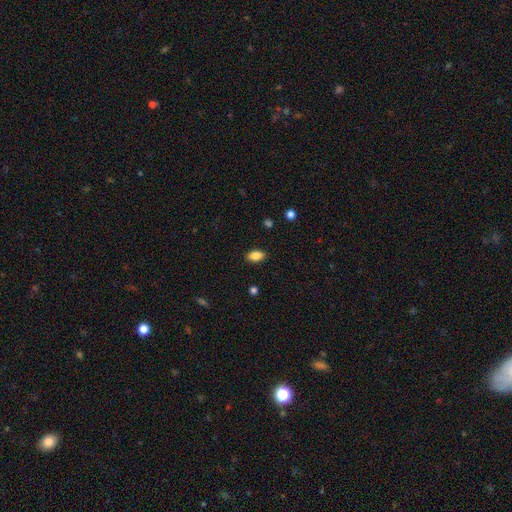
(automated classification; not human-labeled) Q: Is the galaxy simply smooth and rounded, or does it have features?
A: smooth — 86%.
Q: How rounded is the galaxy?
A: in between — 90%.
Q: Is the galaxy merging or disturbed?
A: none — 87%.